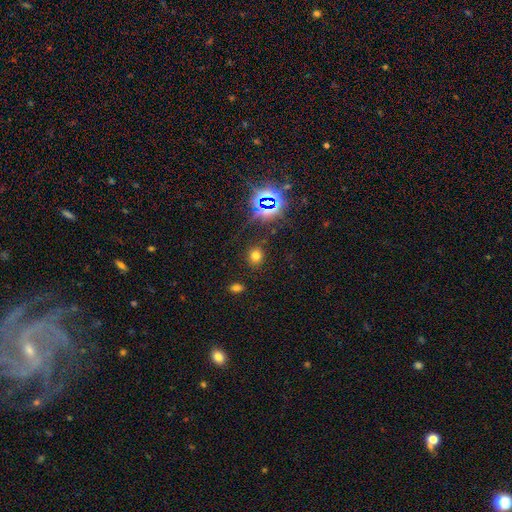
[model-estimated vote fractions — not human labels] A smooth galaxy with no disk features (66%) that is round (76%).

Vote fractions:
- Smooth or featured? smooth: 66% / star or artifact: 27% / featured or disk: 7%
- How rounded? round: 76% / in between: 23% / cigar-shaped: 1%
- Merging? none: 85% / minor disturbance: 9% / major disturbance: 4% / merger: 2%